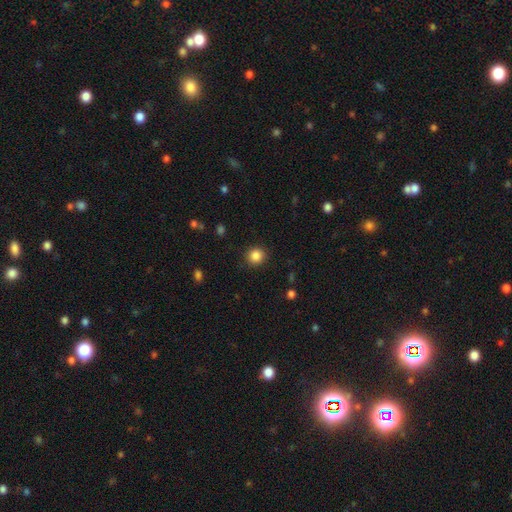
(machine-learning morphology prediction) Smooth or featured? Predicted: smooth (p=0.86). How rounded? Predicted: round (p=0.88). Merging? Predicted: none (p=0.90).